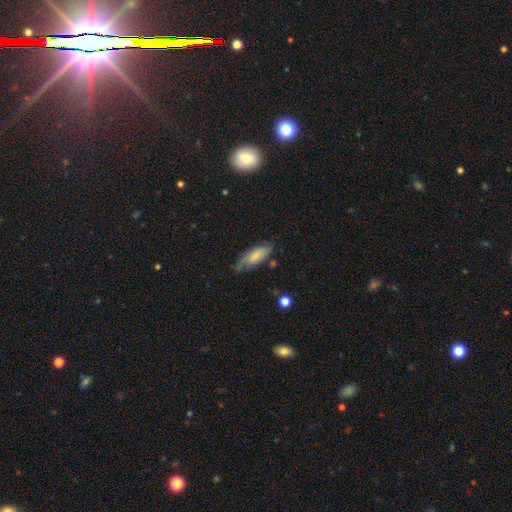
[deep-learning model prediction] A smooth galaxy with no disk features (66%) that is in between round and cigar-shaped (70%).

Vote fractions:
- Smooth or featured? smooth: 66% / featured or disk: 28% / star or artifact: 6%
- How rounded? in between: 70% / cigar-shaped: 28% / round: 2%
- Merging? none: 56% / minor disturbance: 31% / major disturbance: 10% / merger: 3%